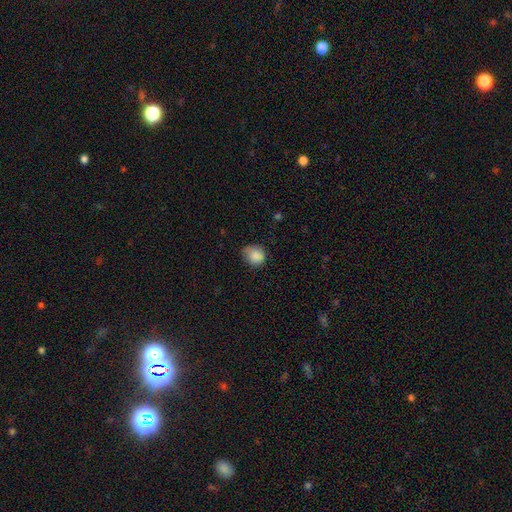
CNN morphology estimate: smooth_or_featured: smooth (p=0.87) [alt: star or artifact p=0.08]
how_rounded: round (p=0.74) [alt: in between p=0.25]
merging: none (p=0.61) [alt: minor disturbance p=0.32]